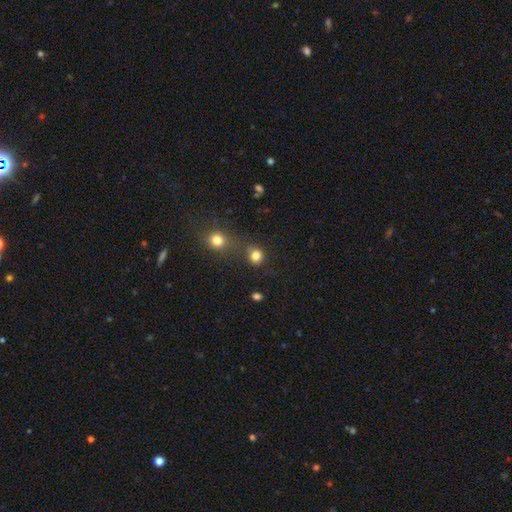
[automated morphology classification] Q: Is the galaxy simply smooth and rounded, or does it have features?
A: smooth — 81%.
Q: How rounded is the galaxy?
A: round — 86%.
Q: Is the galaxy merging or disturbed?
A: none — 64%.